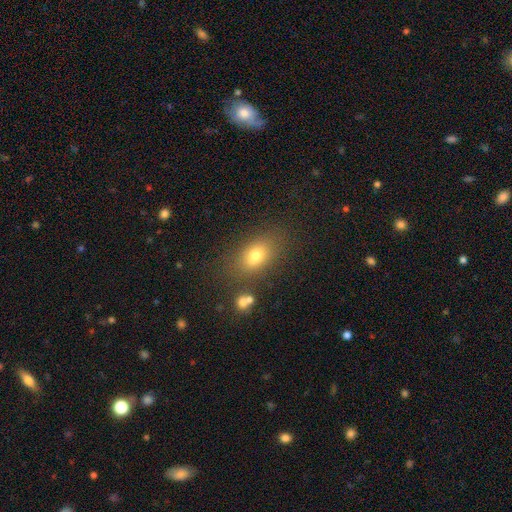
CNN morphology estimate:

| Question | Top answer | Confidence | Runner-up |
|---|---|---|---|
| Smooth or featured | smooth | 74% | featured or disk (13%) |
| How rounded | in between | 79% | round (17%) |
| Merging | none | 77% | minor disturbance (13%) |